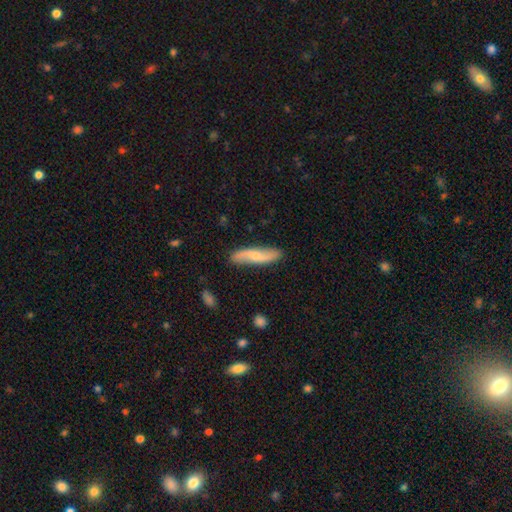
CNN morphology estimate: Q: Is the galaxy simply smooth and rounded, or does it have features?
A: featured or disk — 50%.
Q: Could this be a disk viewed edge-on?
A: no — 73%.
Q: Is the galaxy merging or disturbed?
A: none — 83%.